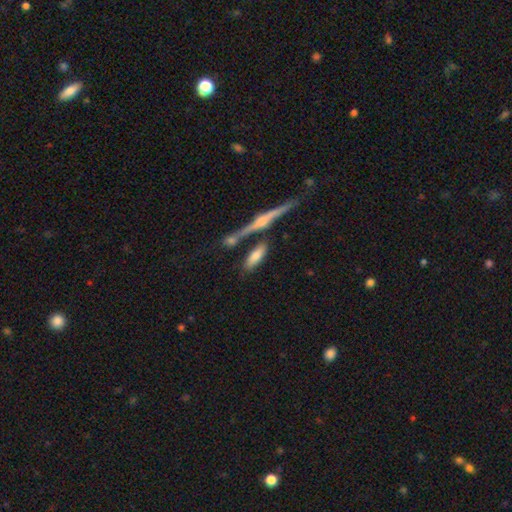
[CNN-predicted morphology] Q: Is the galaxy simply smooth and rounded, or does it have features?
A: smooth — 66%.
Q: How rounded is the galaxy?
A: in between — 66%.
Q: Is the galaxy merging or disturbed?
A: none — 63%.